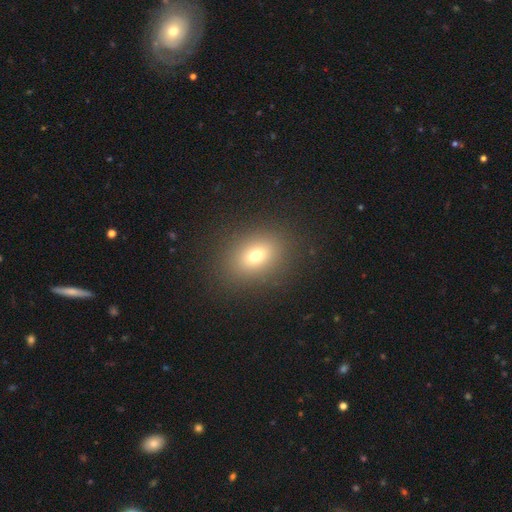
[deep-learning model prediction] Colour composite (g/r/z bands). It shows a smooth galaxy with no disk features (71%) that is in between round and cigar-shaped (55%). Merging: none (88%).